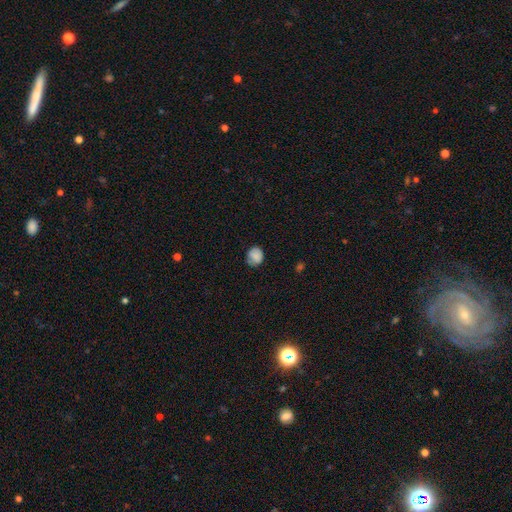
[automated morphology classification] type=smooth (84%); roundness=round (77%); merging=none (71%).